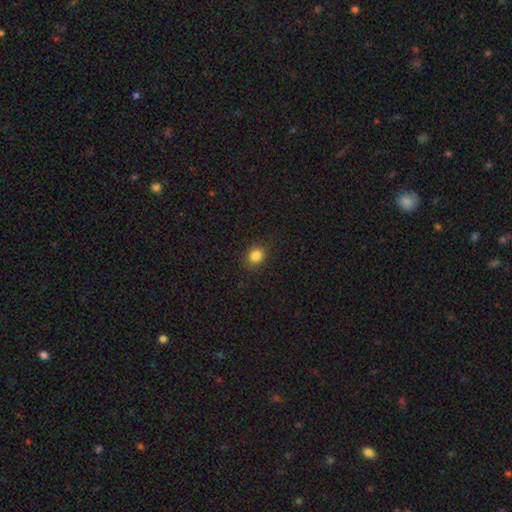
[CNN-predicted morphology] Overall: smooth (84%). How rounded: round (70%). Merging: none (88%).